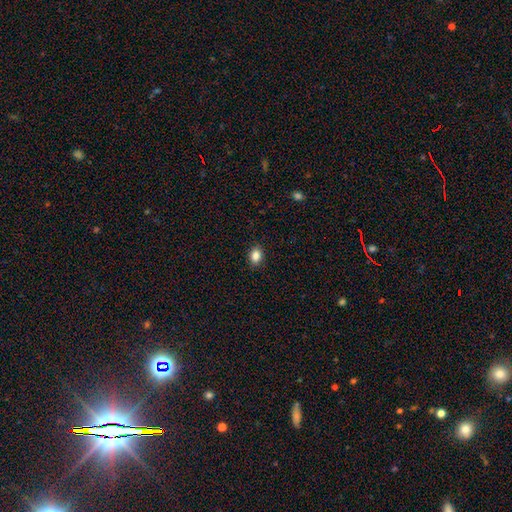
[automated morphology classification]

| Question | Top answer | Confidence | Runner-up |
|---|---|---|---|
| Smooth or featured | smooth | 85% | star or artifact (10%) |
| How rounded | in between | 67% | round (32%) |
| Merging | none | 89% | minor disturbance (8%) |